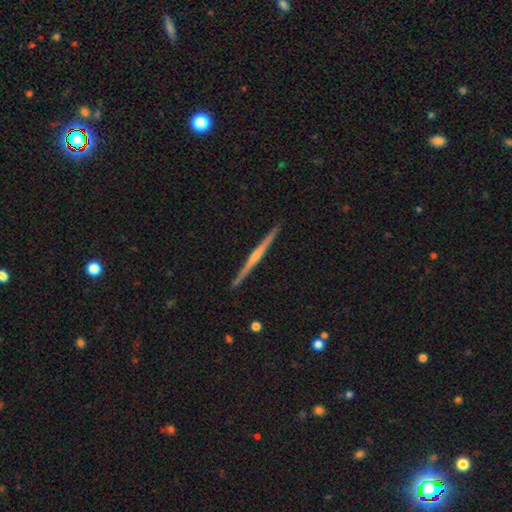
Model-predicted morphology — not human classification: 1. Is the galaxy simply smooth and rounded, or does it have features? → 76% featured or disk, 17% smooth, 7% star or artifact.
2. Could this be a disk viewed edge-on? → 98% yes, 2% no.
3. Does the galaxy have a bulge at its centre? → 63% rounded, 29% none, 8% boxy.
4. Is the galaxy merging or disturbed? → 92% none, 6% minor disturbance, 1% major disturbance, 1% merger.